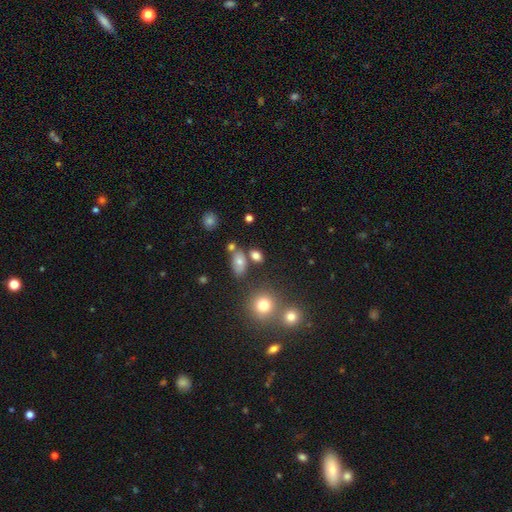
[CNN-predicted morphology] smooth_or_featured: smooth (p=0.74) [alt: star or artifact p=0.14]
how_rounded: in between (p=0.79) [alt: round p=0.18]
merging: none (p=0.67) [alt: merger p=0.16]